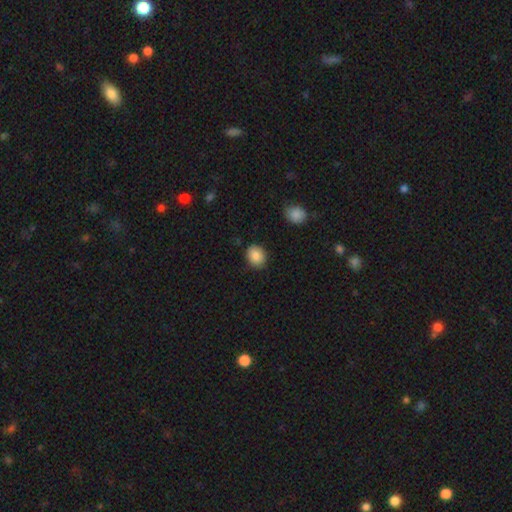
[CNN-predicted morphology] This is clearly a smooth galaxy (86%). How rounded: likely round (65%). Merging: clearly none (86%).